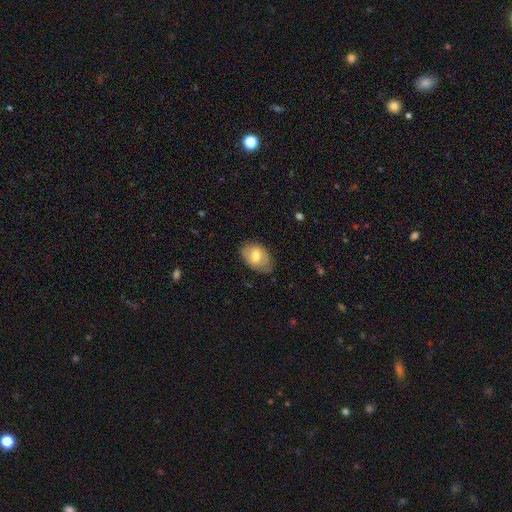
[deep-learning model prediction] Smooth or featured? Predicted: smooth (p=0.68). How rounded? Predicted: in between (p=0.84). Merging? Predicted: none (p=0.72).